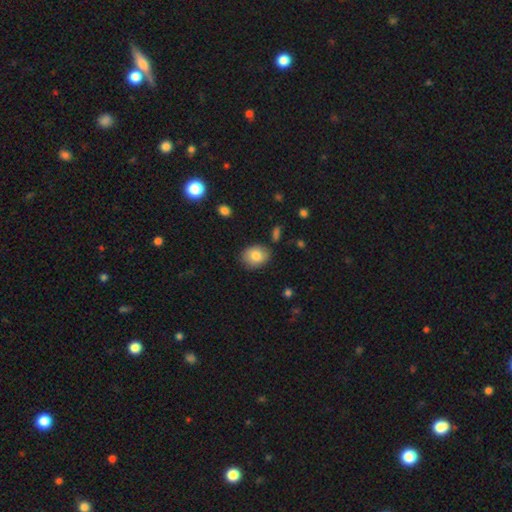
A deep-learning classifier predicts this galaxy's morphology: The model was most divided on "how rounded": in between: 61%, round: 38%, cigar-shaped: 1%. More confident: merging — none (82%); smooth or featured — smooth (81%).